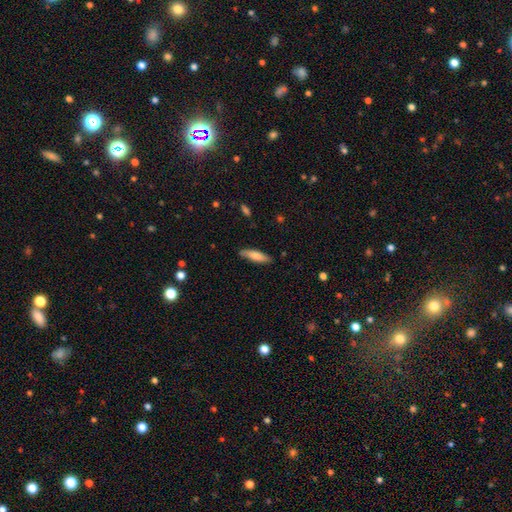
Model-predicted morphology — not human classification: Smooth or featured? smooth (72%)
How rounded? cigar-shaped (65%)
Merging? none (84%)